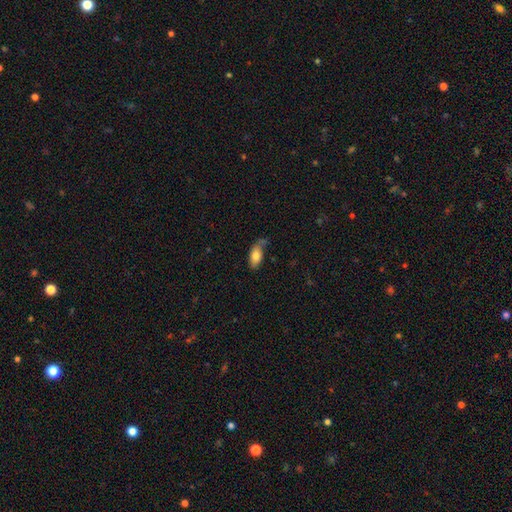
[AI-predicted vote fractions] Morphology: type=smooth (79%); roundness=in between (90%); merging=none (51%).